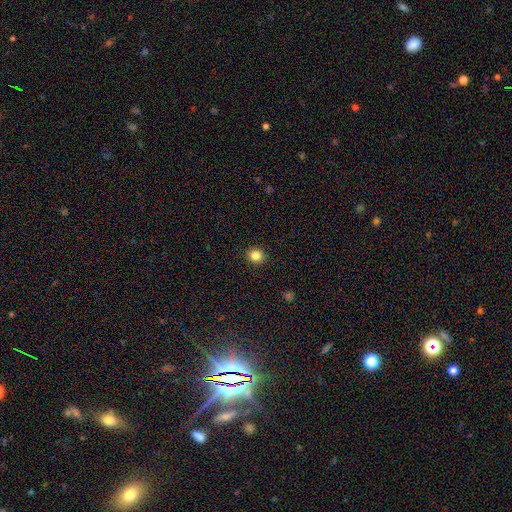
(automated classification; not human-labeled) smooth 84%, star or artifact 11%, featured or disk 5%. Down the decision tree: how rounded — round (90%); merging — none (92%).